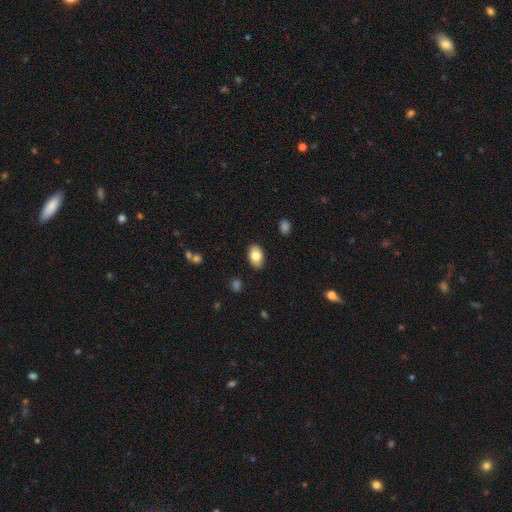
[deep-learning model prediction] A smooth galaxy with no disk features (82%) that is in between round and cigar-shaped (89%).

Vote fractions:
- Smooth or featured? smooth: 82% / featured or disk: 10% / star or artifact: 7%
- How rounded? in between: 89% / round: 9% / cigar-shaped: 1%
- Merging? none: 88% / minor disturbance: 9% / major disturbance: 2% / merger: 1%